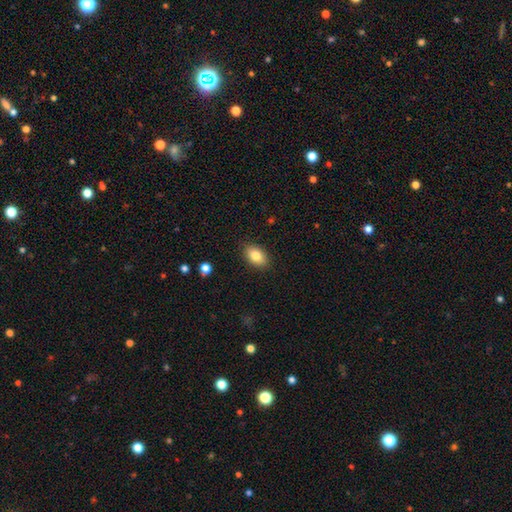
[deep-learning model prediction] Q: Smooth or featured?
A: smooth (83%); runner-up: featured or disk (9%)
Q: How rounded?
A: in between (88%); runner-up: round (10%)
Q: Merging?
A: none (88%); runner-up: minor disturbance (9%)